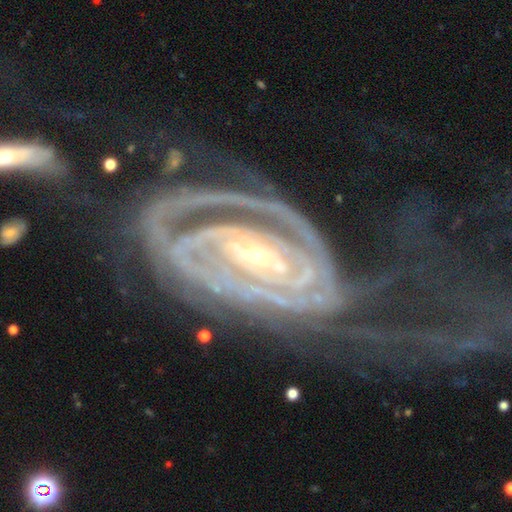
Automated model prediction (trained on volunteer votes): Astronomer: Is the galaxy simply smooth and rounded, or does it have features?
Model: featured or disk — 92%.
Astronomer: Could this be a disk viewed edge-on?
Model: no — 96%.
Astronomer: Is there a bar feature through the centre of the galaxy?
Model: strong — 39% (runner-up: no, 32%).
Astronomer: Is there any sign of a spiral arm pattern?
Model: yes — 98%.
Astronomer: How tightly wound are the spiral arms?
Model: tight — 73%.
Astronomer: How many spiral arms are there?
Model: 2 — 53%.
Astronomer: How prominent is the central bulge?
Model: small — 77%.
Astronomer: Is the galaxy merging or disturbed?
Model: major disturbance — 35% (runner-up: none, 33%).